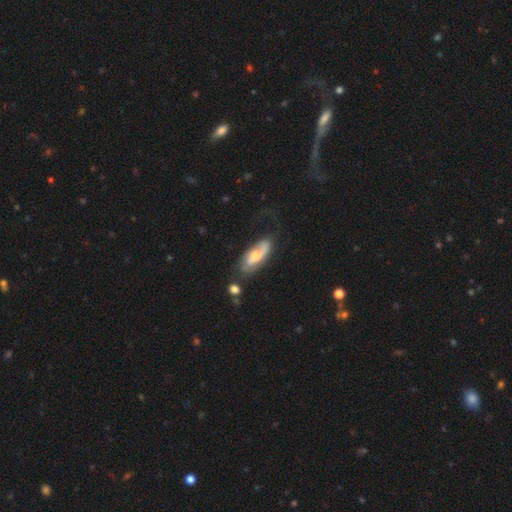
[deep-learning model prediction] Morphology: type=featured or disk (59%); edge-on=no (84%); merging=none (57%).